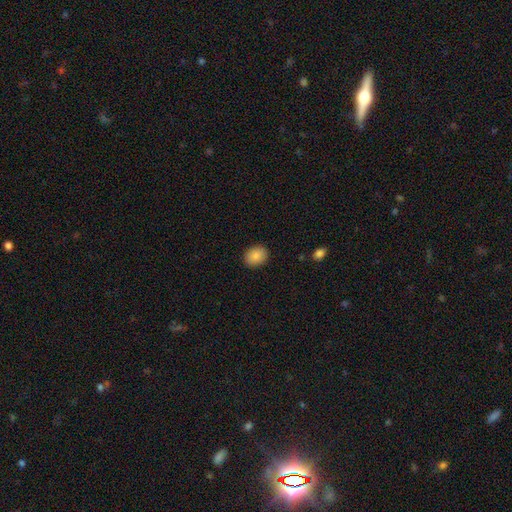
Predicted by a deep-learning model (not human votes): The model was most divided on "how rounded": in between: 54%, round: 45%, cigar-shaped: 1%. More confident: merging — none (89%); smooth or featured — smooth (86%).